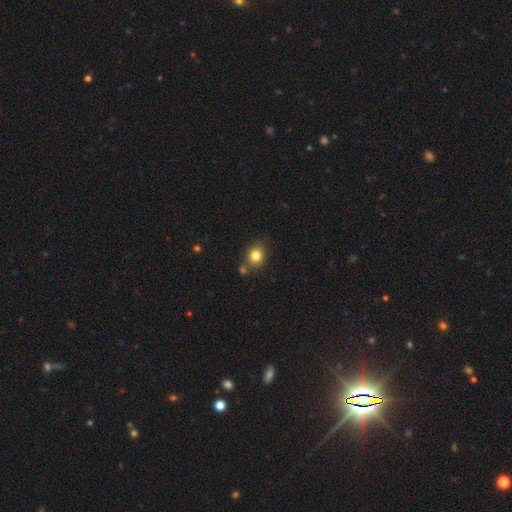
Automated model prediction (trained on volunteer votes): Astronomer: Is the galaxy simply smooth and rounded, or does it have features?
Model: smooth — 81%.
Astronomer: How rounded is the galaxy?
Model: round — 74%.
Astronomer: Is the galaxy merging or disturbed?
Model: none — 74%.